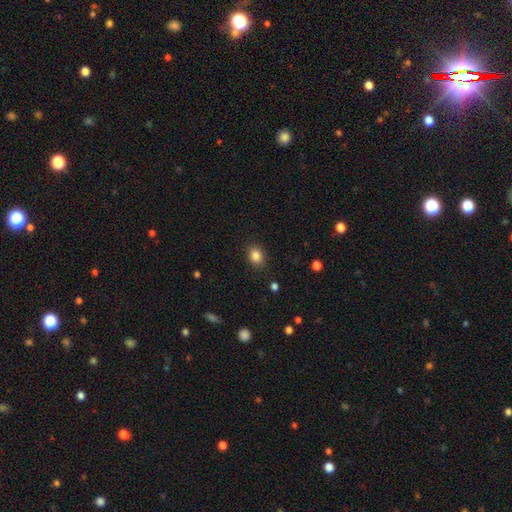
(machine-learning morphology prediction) Smooth or featured? smooth (85%)
How rounded? in between (59%)
Merging? none (87%)